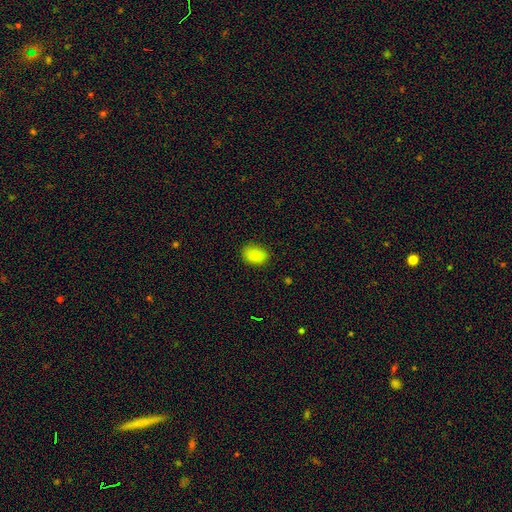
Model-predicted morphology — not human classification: Smooth or featured? Predicted: smooth (p=0.86). How rounded? Predicted: in between (p=0.77). Merging? Predicted: none (p=0.81).